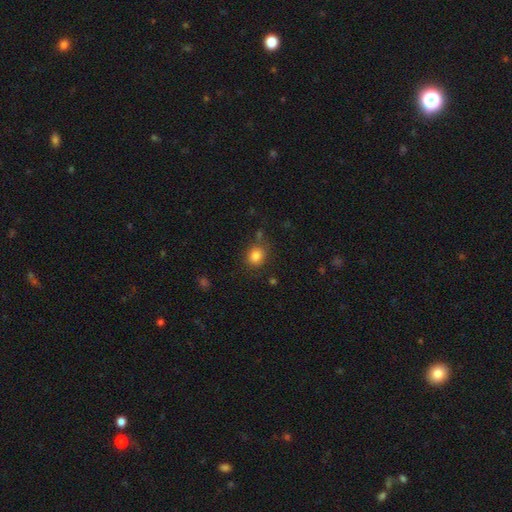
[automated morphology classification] A smooth galaxy with no disk features (83%) that is round (75%). Merging: none (78%).